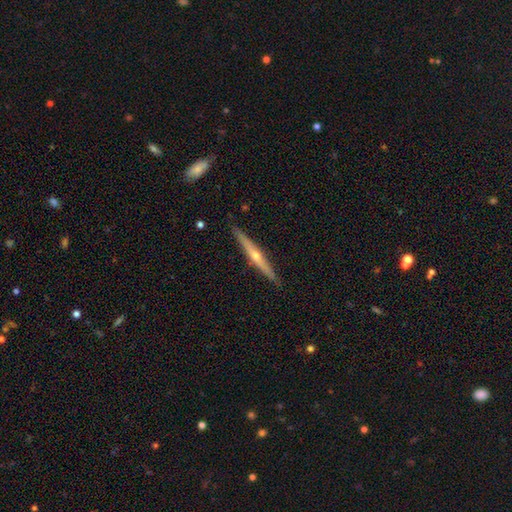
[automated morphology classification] type=featured or disk (75%); edge-on=yes (98%); edge-on bulge=rounded (87%); merging=none (91%).